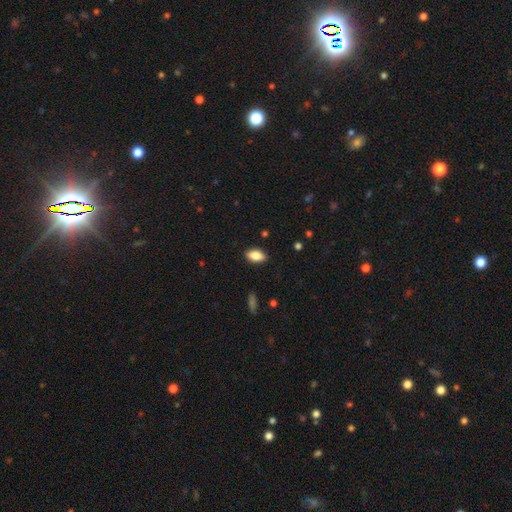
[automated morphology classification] Smooth or featured: smooth — 86% (star or artifact — 7%)
How rounded: in between — 92% (round — 5%)
Merging: none — 88% (minor disturbance — 9%)